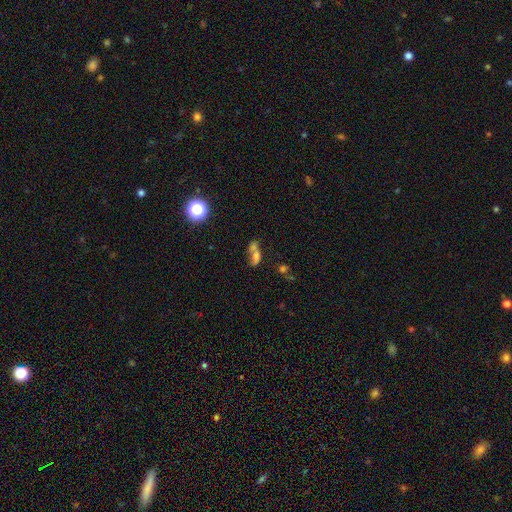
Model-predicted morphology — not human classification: Smooth or featured? smooth (55%)
How rounded? in between (62%)
Merging? merger (57%)